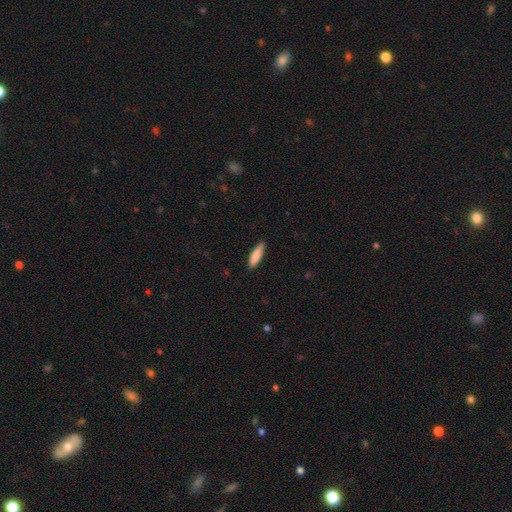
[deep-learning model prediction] Morphology: type=smooth (84%); roundness=cigar-shaped (71%); merging=none (85%).